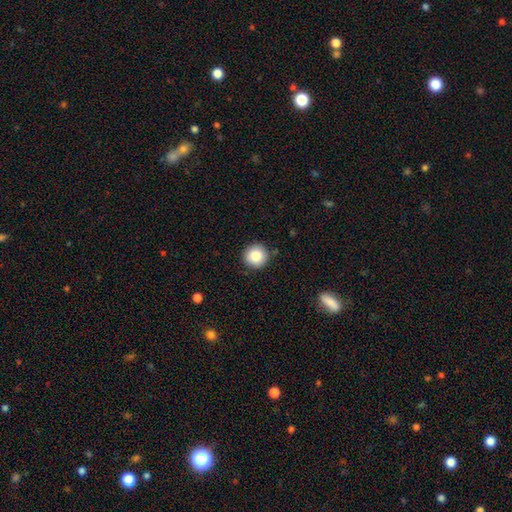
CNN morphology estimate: type=smooth (85%); roundness=round (95%); merging=none (90%).